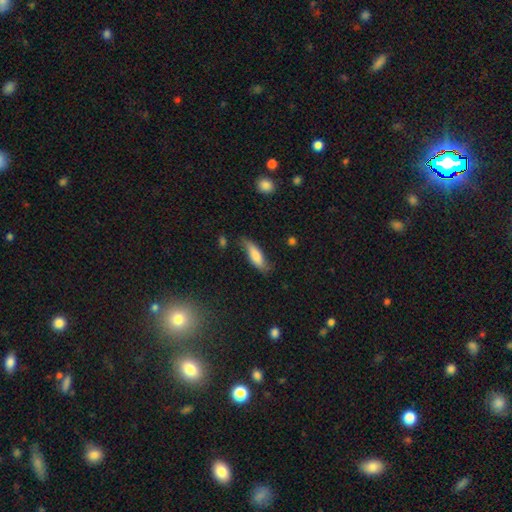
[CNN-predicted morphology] Overall: smooth (73%). How rounded: cigar-shaped (50%; in between 48%). Merging: none (64%; minor disturbance 27%).